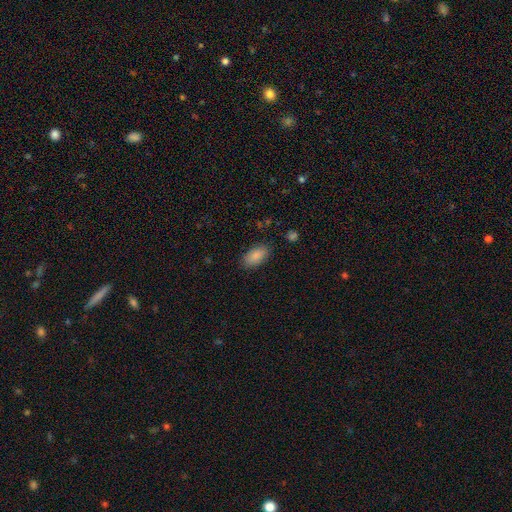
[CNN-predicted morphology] Smooth or featured: smooth — 87% (star or artifact — 7%)
How rounded: in between — 93% (cigar-shaped — 4%)
Merging: none — 85% (minor disturbance — 11%)